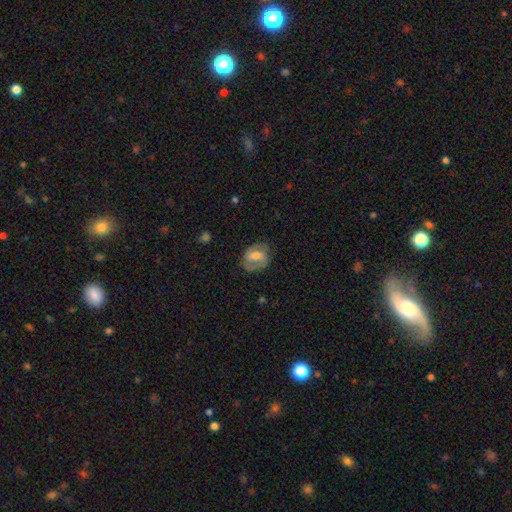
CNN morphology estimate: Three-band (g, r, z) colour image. It shows a featured or disk galaxy (59%) with a weak bar (45%), spiral arms (74%) and a moderate central bulge (56%). Merging: none (71%).